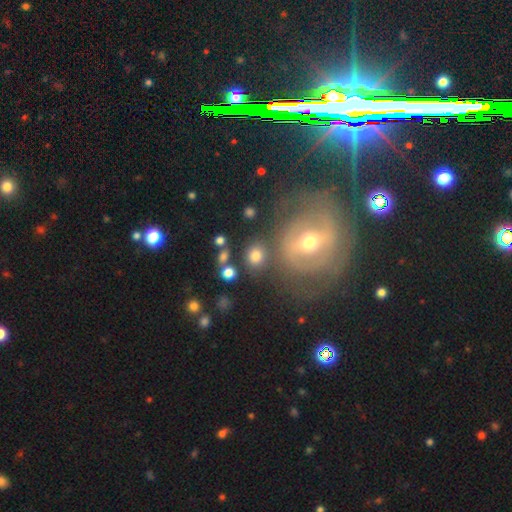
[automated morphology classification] This is likely a smooth galaxy (76%). How rounded: likely round (72%). Merging: likely none (71%).